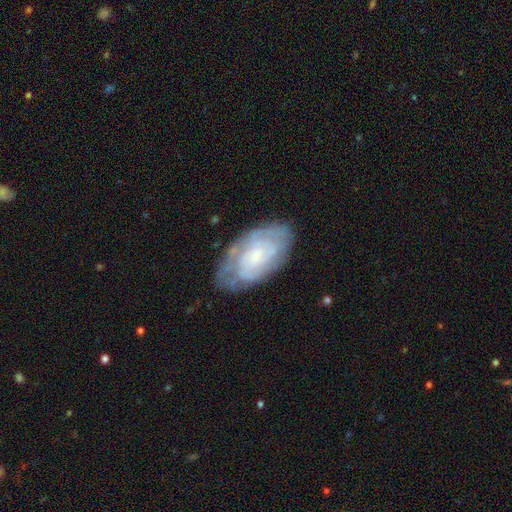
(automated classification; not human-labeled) This appears to be a featured or disk galaxy (64%) with no bar (72%), spiral arms (77%) and a small central bulge (60%). Merging: none (69%).